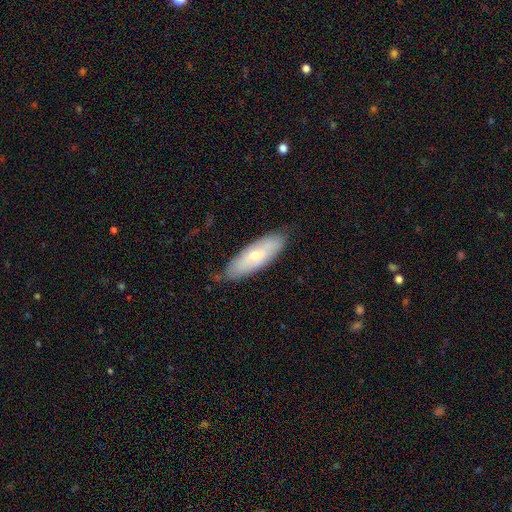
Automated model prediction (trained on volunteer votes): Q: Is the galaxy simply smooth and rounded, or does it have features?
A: smooth — 62%.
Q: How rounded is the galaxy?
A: in between — 59%.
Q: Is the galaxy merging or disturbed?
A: none — 79%.